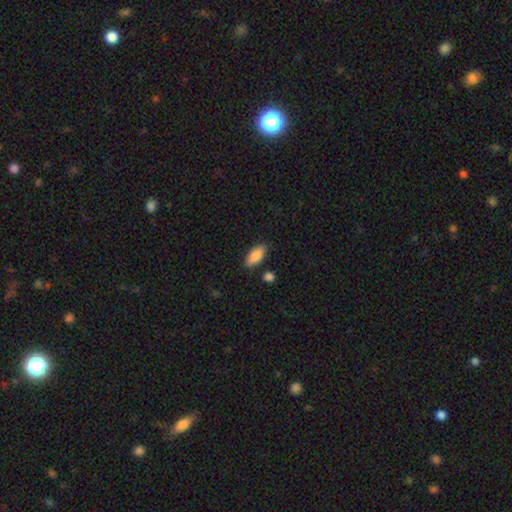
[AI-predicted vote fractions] Morphology: type=smooth (85%); roundness=in between (82%); merging=none (81%).